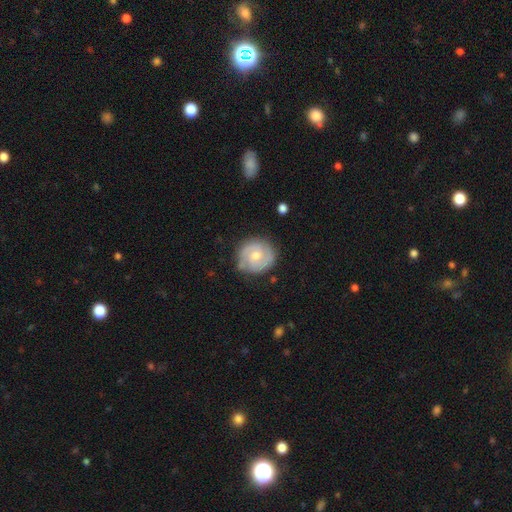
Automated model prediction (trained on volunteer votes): smooth_or_featured: featured or disk (p=0.73) [alt: smooth p=0.22]
disk_edge_on: no (p=0.98) [alt: yes p=0.02]
bar: no (p=0.65) [alt: weak p=0.30]
has_spiral_arms: yes (p=0.91) [alt: no p=0.09]
spiral_winding: tight (p=0.58) [alt: medium p=0.34]
spiral_arm_count: 2 (p=0.73) [alt: can't tell p=0.13]
bulge_size: moderate (p=0.58) [alt: small p=0.37]
merging: none (p=0.77) [alt: minor disturbance p=0.16]